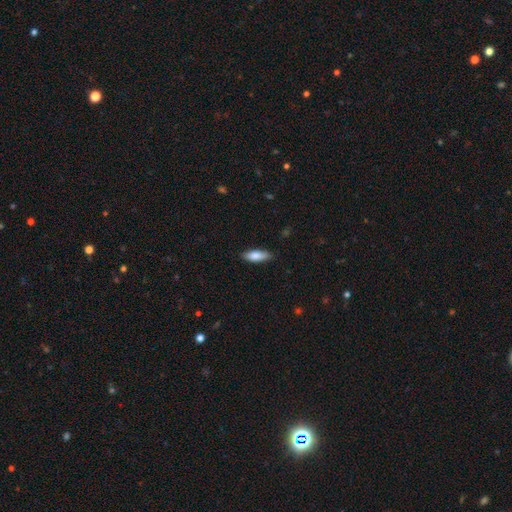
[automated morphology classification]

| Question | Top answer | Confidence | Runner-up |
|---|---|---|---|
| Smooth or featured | smooth | 83% | featured or disk (11%) |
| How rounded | in between | 64% | cigar-shaped (34%) |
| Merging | none | 86% | minor disturbance (11%) |